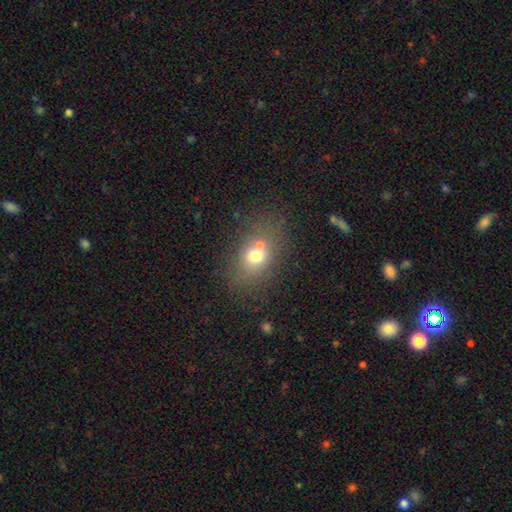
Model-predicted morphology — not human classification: smooth-or-featured: smooth: 66% | featured or disk: 20% | star or artifact: 14%
  how-rounded: in between: 61% | round: 37% | cigar-shaped: 2%
  merging: none: 51% | merger: 32% | minor disturbance: 12% | major disturbance: 5%